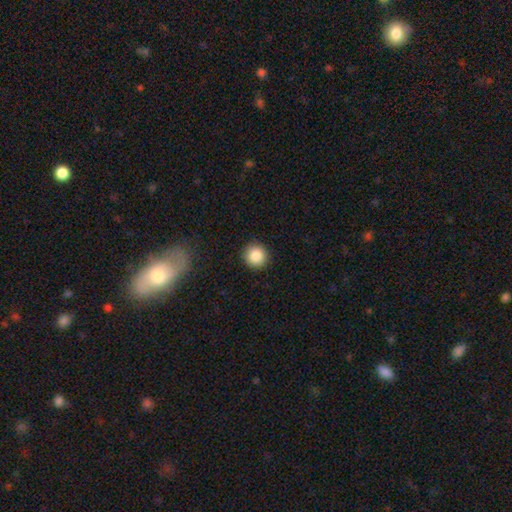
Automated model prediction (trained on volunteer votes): smooth-or-featured: smooth: 86% | star or artifact: 9% | featured or disk: 4%
  how-rounded: round: 94% | in between: 5% | cigar-shaped: 1%
  merging: none: 92% | minor disturbance: 5% | major disturbance: 2% | merger: 1%